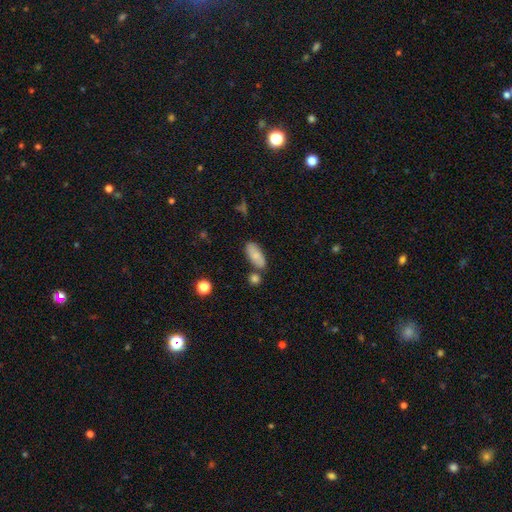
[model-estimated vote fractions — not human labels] A smooth galaxy with no disk features (77%) that is in between round and cigar-shaped (86%). Merging: none (68%).